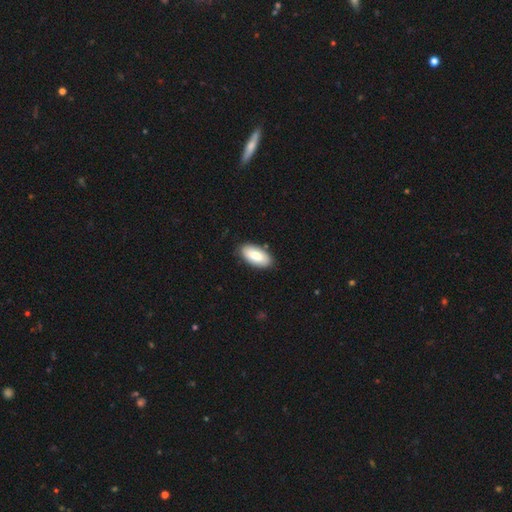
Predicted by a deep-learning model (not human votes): A smooth galaxy with no disk features (83%) that is in between round and cigar-shaped (94%).

Vote fractions:
- Smooth or featured? smooth: 83% / featured or disk: 11% / star or artifact: 6%
- How rounded? in between: 94% / cigar-shaped: 4% / round: 2%
- Merging? none: 86% / minor disturbance: 11% / major disturbance: 2% / merger: 1%